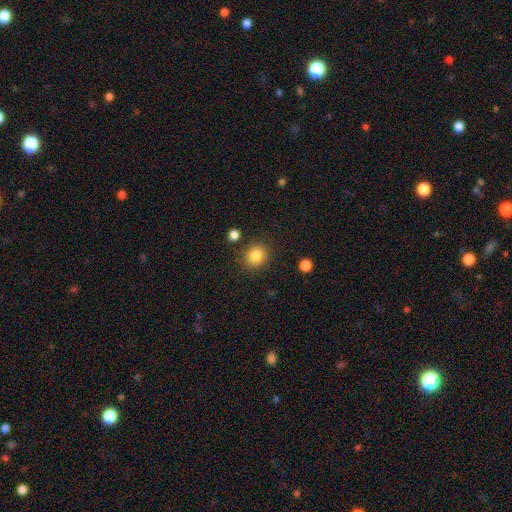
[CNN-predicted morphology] Smooth or featured?
  - smooth: 85% *
  - star or artifact: 10%
  - featured or disk: 5%
How rounded?
  - round: 81% *
  - in between: 18%
  - cigar-shaped: 1%
Merging?
  - none: 86% *
  - minor disturbance: 8%
  - merger: 3%
  - major disturbance: 3%